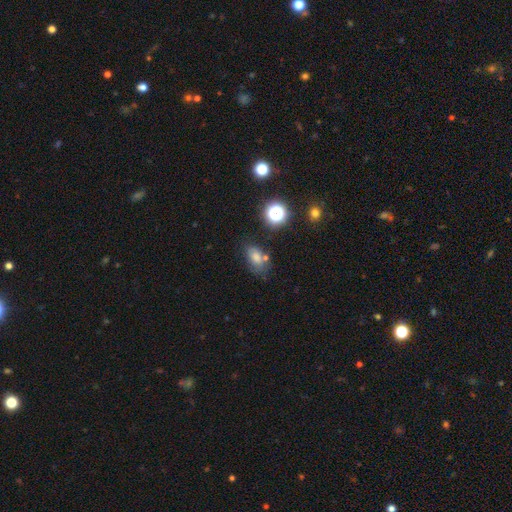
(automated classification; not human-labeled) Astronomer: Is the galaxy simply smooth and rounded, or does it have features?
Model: smooth — 66%.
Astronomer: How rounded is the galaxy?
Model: in between — 80%.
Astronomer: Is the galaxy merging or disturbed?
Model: none — 58%.